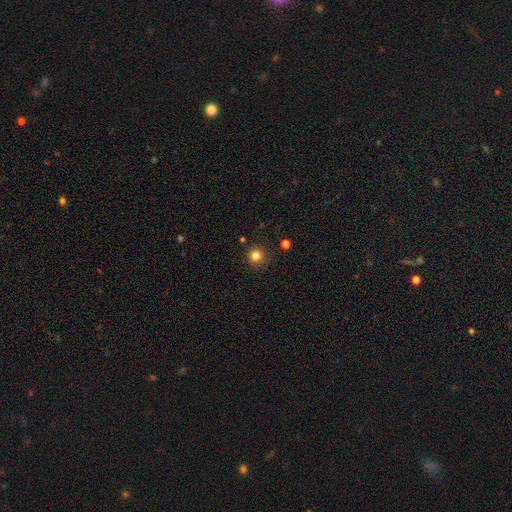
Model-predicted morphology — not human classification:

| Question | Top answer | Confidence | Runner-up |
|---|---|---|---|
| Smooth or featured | smooth | 82% | star or artifact (13%) |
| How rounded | round | 94% | in between (5%) |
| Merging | none | 89% | minor disturbance (7%) |